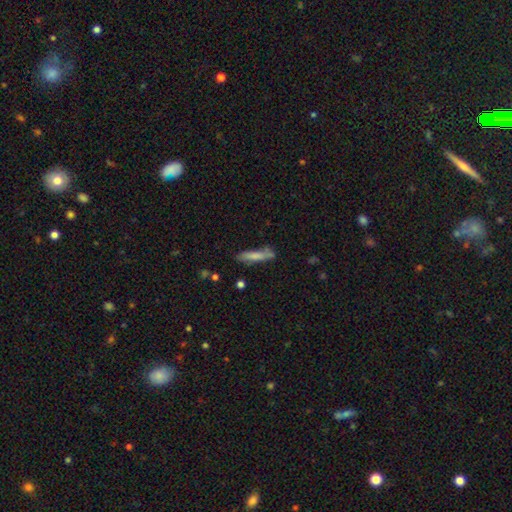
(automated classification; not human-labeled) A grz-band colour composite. It shows a smooth galaxy with no disk features (74%) that is cigar-shaped (86%). Merging: none (72%).